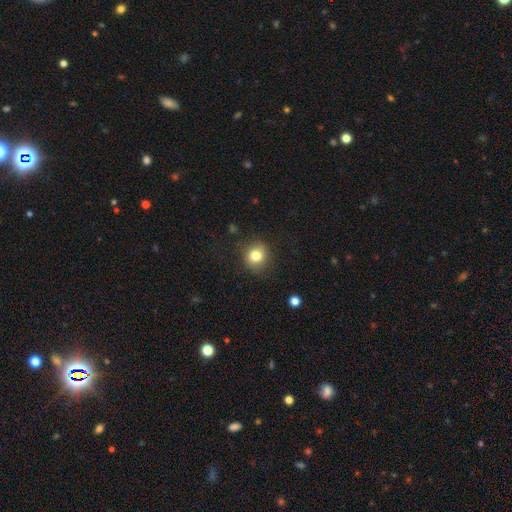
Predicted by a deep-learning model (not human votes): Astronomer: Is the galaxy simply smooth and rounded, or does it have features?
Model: smooth — 81%.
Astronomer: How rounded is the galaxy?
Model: round — 85%.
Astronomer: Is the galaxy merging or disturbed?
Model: none — 85%.